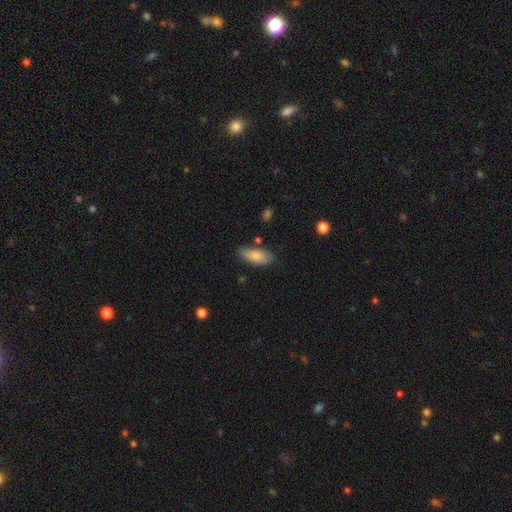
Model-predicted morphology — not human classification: A smooth galaxy with no disk features (84%) that is in between round and cigar-shaped (84%). Merging: none (72%).